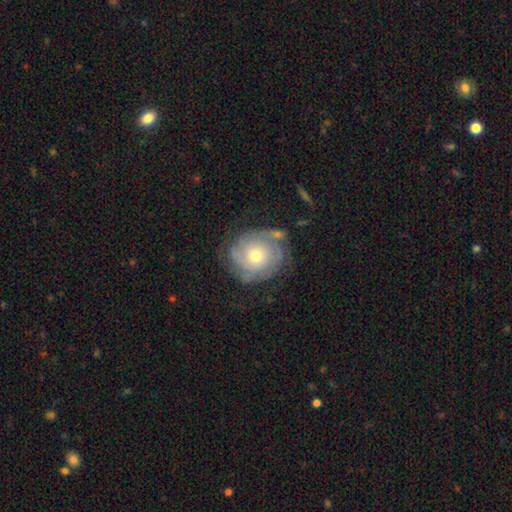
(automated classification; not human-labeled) smooth_or_featured: featured or disk (p=0.68) [alt: smooth p=0.25]
disk_edge_on: no (p=0.97) [alt: yes p=0.03]
bar: no (p=0.84) [alt: weak p=0.13]
has_spiral_arms: yes (p=0.84) [alt: no p=0.16]
spiral_winding: tight (p=0.70) [alt: medium p=0.22]
spiral_arm_count: can't tell (p=0.44) [alt: 2 p=0.22]
bulge_size: moderate (p=0.56) [alt: small p=0.38]
merging: none (p=0.65) [alt: minor disturbance p=0.21]